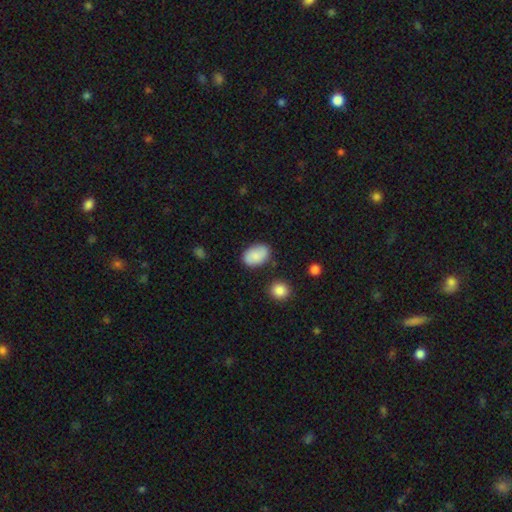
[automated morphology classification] A smooth galaxy with no disk features (83%) that is in between round and cigar-shaped (88%).

Vote fractions:
- Smooth or featured? smooth: 83% / featured or disk: 10% / star or artifact: 7%
- How rounded? in between: 88% / round: 11% / cigar-shaped: 1%
- Merging? none: 79% / minor disturbance: 15% / major disturbance: 3% / merger: 3%